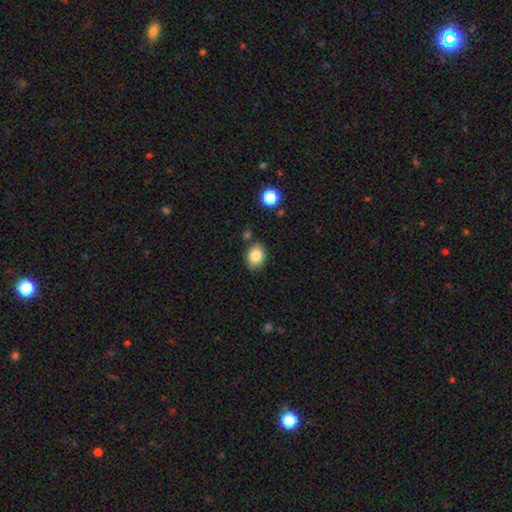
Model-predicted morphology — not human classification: A smooth galaxy with no disk features (84%) that is in between round and cigar-shaped (61%).

Vote fractions:
- Smooth or featured? smooth: 84% / star or artifact: 9% / featured or disk: 8%
- How rounded? in between: 61% / round: 38% / cigar-shaped: 1%
- Merging? none: 80% / minor disturbance: 13% / merger: 4% / major disturbance: 3%